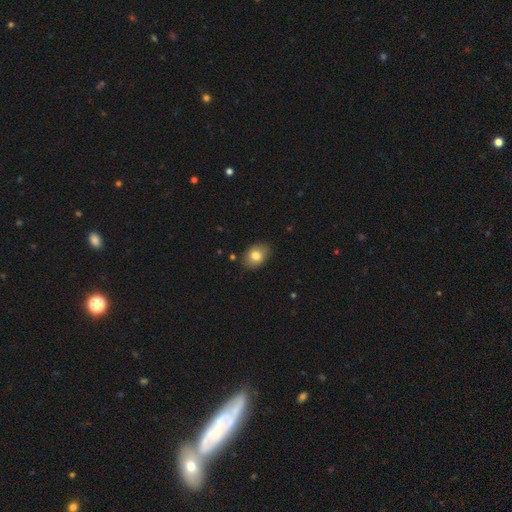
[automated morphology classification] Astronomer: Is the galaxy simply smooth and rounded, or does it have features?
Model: smooth — 81%.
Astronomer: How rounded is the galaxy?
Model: in between — 72%.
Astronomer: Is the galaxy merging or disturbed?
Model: none — 83%.